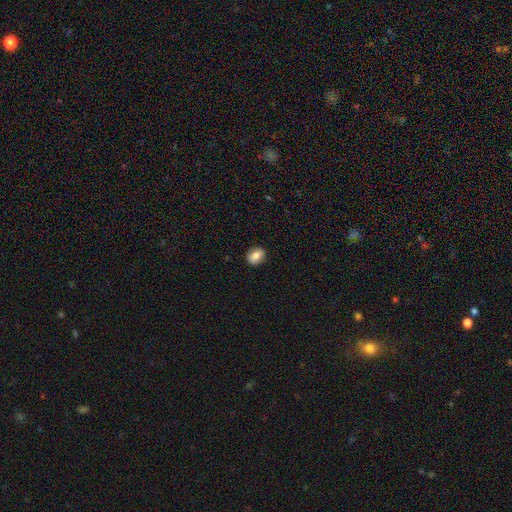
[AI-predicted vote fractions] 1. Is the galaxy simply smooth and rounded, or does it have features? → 81% smooth, 11% featured or disk, 8% star or artifact.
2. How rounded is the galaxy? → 58% in between, 41% round, 1% cigar-shaped.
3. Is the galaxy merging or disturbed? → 88% none, 9% minor disturbance, 2% major disturbance, 1% merger.